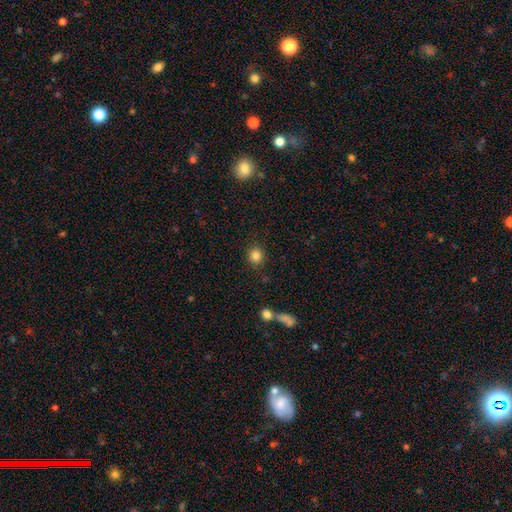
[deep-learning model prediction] This appears to be a smooth galaxy with no disk features (85%) that is round (89%). Merging: none (87%).